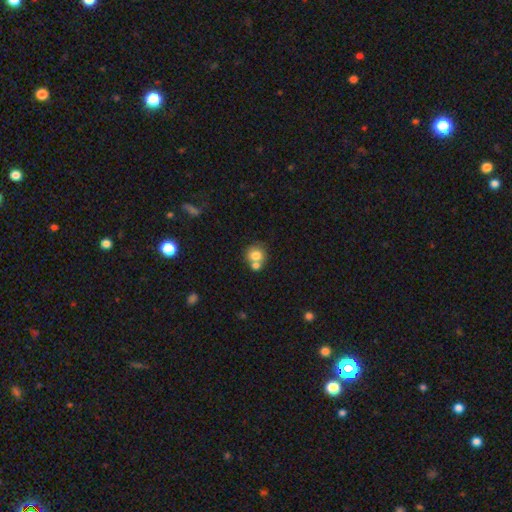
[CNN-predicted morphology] Smooth or featured? smooth (77%)
How rounded? round (82%)
Merging? none (47%)